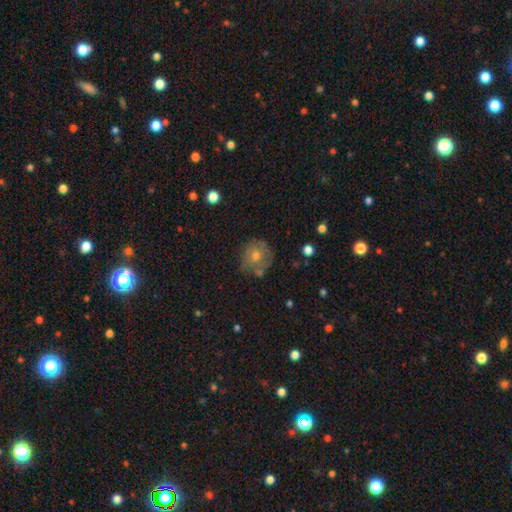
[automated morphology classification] Overall: featured or disk (44%; smooth 42%). Merging: none (71%).